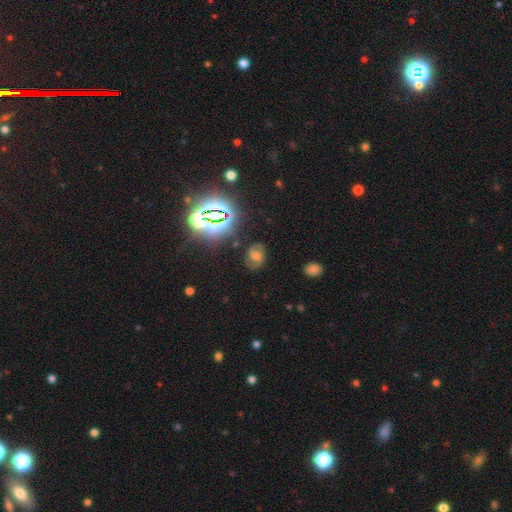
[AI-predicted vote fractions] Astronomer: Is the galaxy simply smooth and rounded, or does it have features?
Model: featured or disk — 50% (runner-up: star or artifact, 26%).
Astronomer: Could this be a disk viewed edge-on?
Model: no — 96%.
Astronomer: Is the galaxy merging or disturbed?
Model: none — 77%.